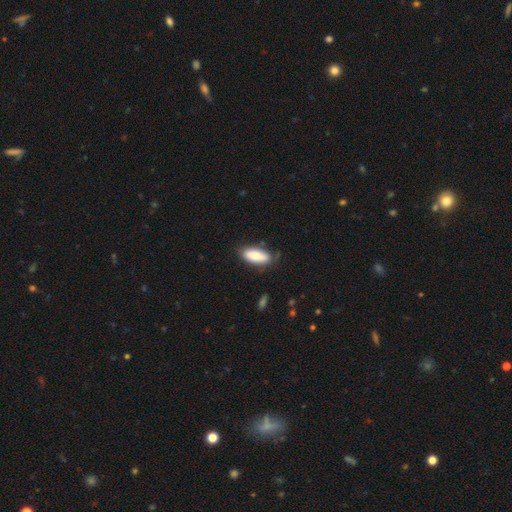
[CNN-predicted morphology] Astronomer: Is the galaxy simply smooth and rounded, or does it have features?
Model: smooth — 83%.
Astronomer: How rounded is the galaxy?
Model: in between — 80%.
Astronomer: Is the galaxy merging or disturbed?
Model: none — 72%.